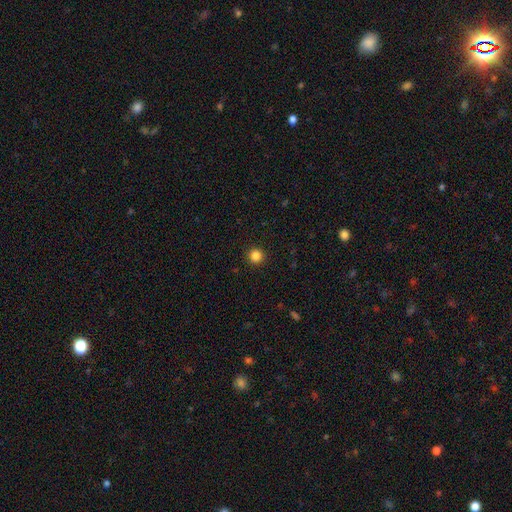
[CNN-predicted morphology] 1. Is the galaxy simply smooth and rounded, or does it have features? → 84% smooth, 12% star or artifact, 4% featured or disk.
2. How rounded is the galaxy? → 95% round, 4% in between, 1% cigar-shaped.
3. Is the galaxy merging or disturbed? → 93% none, 4% minor disturbance, 2% major disturbance, 1% merger.